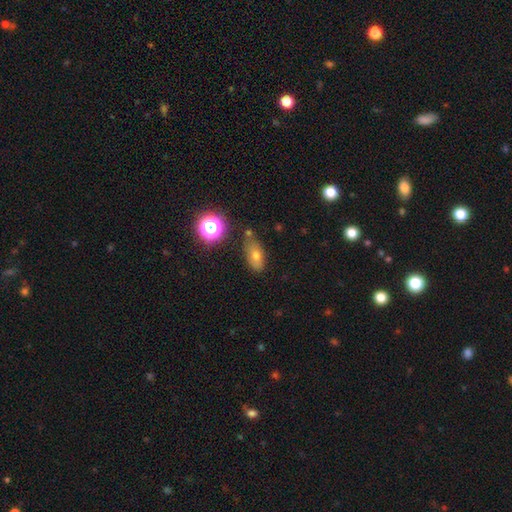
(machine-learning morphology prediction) A smooth galaxy with no disk features (65%) that is in between round and cigar-shaped (79%).

Vote fractions:
- Smooth or featured? smooth: 65% / star or artifact: 18% / featured or disk: 17%
- How rounded? in between: 79% / round: 14% / cigar-shaped: 8%
- Merging? none: 68% / minor disturbance: 19% / merger: 8% / major disturbance: 5%